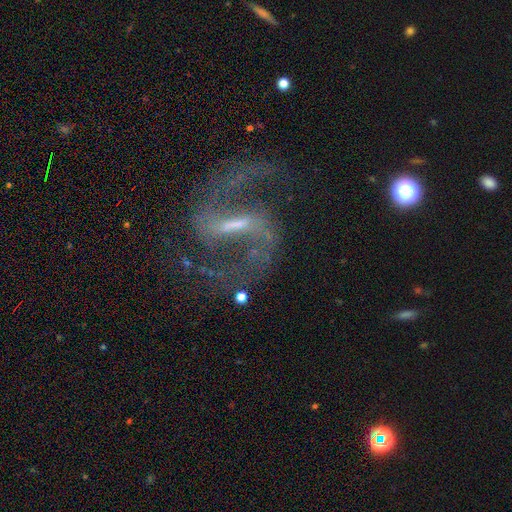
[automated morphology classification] Q: Smooth or featured?
A: featured or disk (91%); runner-up: star or artifact (6%)
Q: Edge-on disk?
A: no (97%); runner-up: yes (3%)
Q: Bar?
A: strong (53%); runner-up: weak (40%)
Q: Spiral arms?
A: yes (97%); runner-up: no (3%)
Q: Spiral winding?
A: loose (56%); runner-up: medium (38%)
Q: Spiral arm count?
A: 2 (94%); runner-up: can't tell (2%)
Q: Bulge size?
A: small (42%); runner-up: none (27%)
Q: Merging?
A: none (73%); runner-up: minor disturbance (13%)